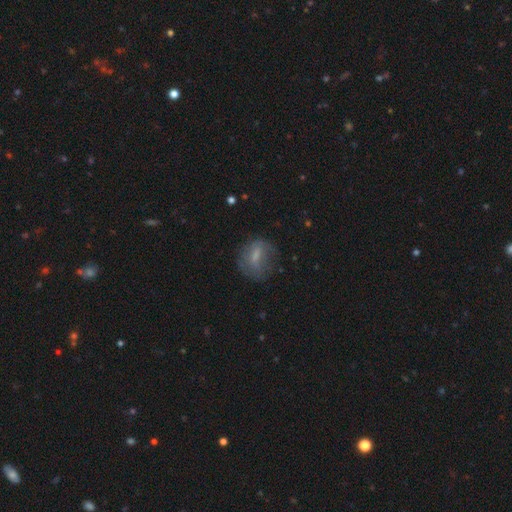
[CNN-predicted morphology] Overall: smooth (54%; featured or disk 35%). How rounded: in between (51%; round 44%). Merging: none (56%; minor disturbance 25%).